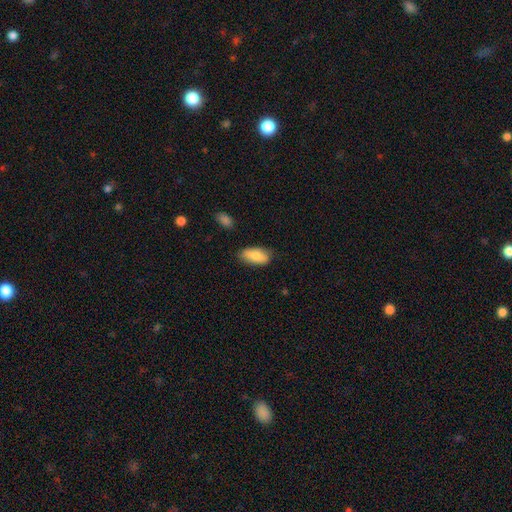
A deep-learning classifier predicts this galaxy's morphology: Smooth or featured: smooth — 84% (featured or disk — 10%)
How rounded: in between — 88% (cigar-shaped — 9%)
Merging: none — 77% (minor disturbance — 18%)